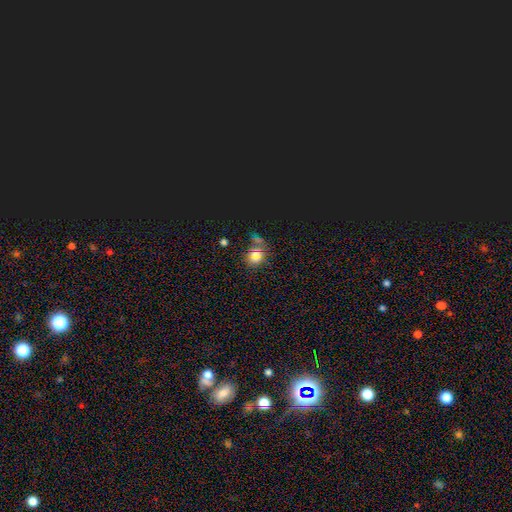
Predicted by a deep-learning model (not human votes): smooth-or-featured: star or artifact: 46% | smooth: 45% | featured or disk: 9%